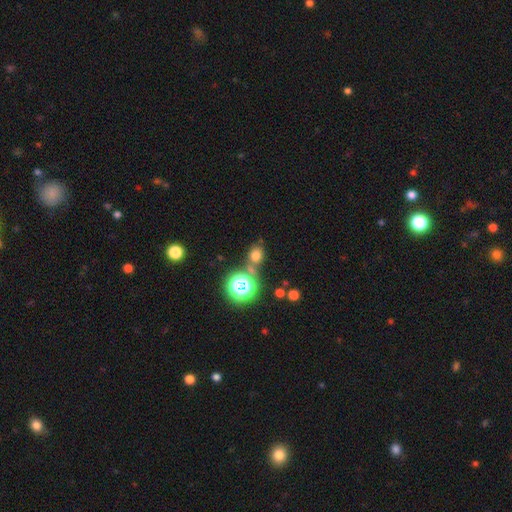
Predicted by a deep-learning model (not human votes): Q: Smooth or featured?
A: smooth (65%); runner-up: star or artifact (27%)
Q: How rounded?
A: round (65%); runner-up: in between (33%)
Q: Merging?
A: none (67%); runner-up: merger (16%)